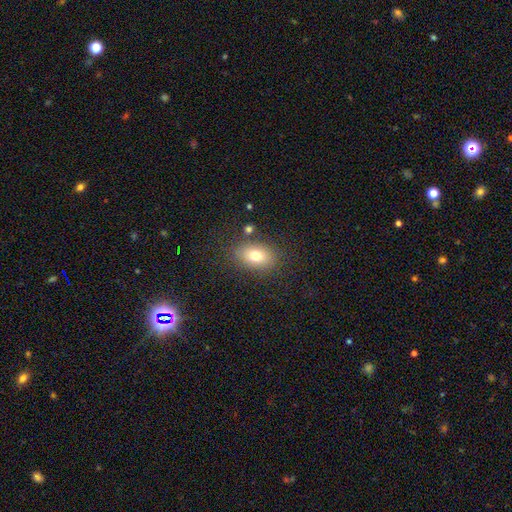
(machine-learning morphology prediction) smooth_or_featured: smooth (p=0.77) [alt: featured or disk p=0.13]
how_rounded: in between (p=0.79) [alt: round p=0.19]
merging: none (p=0.80) [alt: minor disturbance p=0.12]